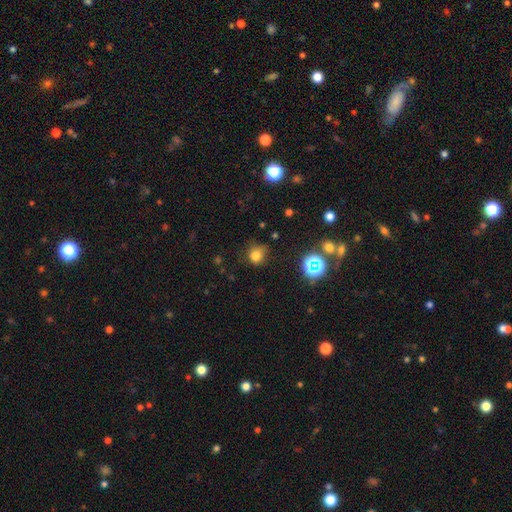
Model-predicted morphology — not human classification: This is likely a smooth galaxy (74%). How rounded: likely round (73%). Merging: likely none (61%).